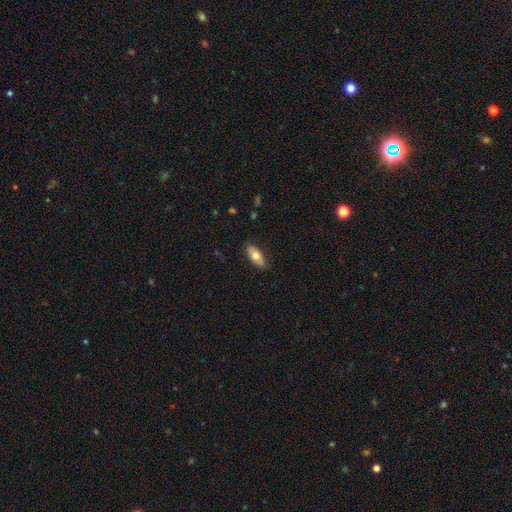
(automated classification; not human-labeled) smooth-or-featured: smooth: 71% | featured or disk: 23% | star or artifact: 6%
  how-rounded: in between: 83% | cigar-shaped: 14% | round: 3%
  merging: none: 87% | minor disturbance: 10% | major disturbance: 2% | merger: 1%